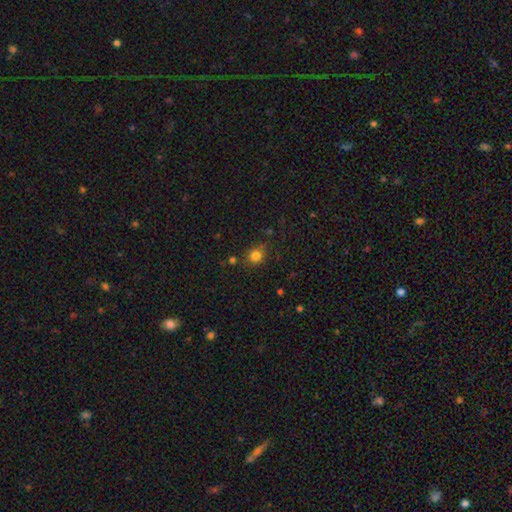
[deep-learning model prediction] A smooth galaxy with no disk features (80%) that is round (76%). Merging: none (79%).